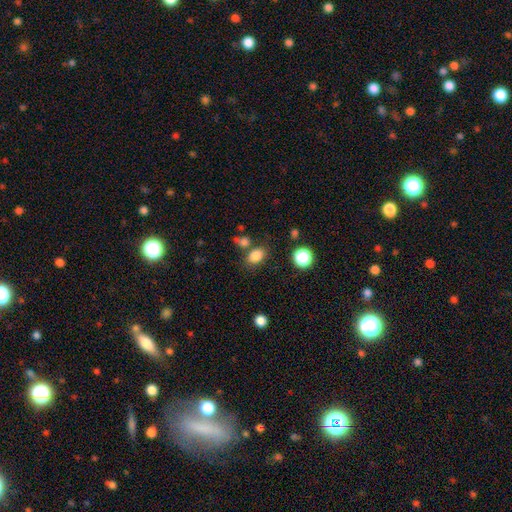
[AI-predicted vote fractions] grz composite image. It shows a smooth galaxy with no disk features (83%) that is in between round and cigar-shaped (70%). Merging: none (70%).